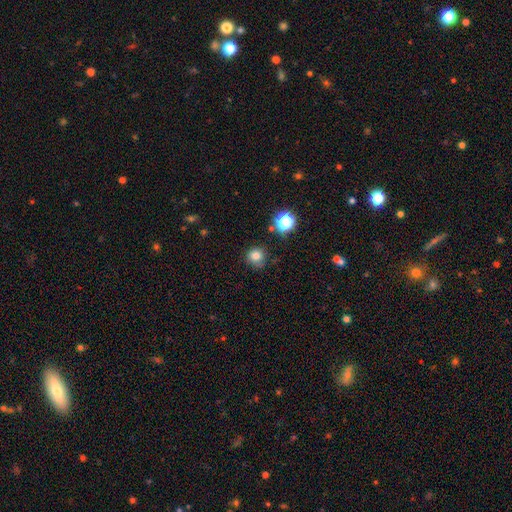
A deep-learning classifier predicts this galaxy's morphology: This is likely a smooth galaxy (79%). How rounded: clearly round (91%). Merging: likely none (79%).